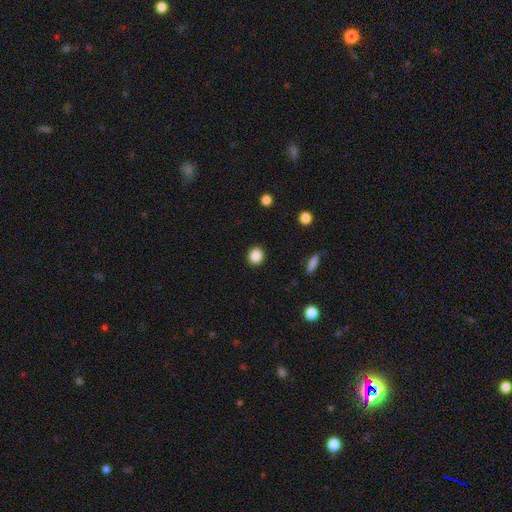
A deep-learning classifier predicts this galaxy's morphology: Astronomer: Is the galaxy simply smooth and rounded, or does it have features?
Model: smooth — 87%.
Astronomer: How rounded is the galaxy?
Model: round — 86%.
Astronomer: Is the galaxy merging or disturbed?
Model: none — 92%.